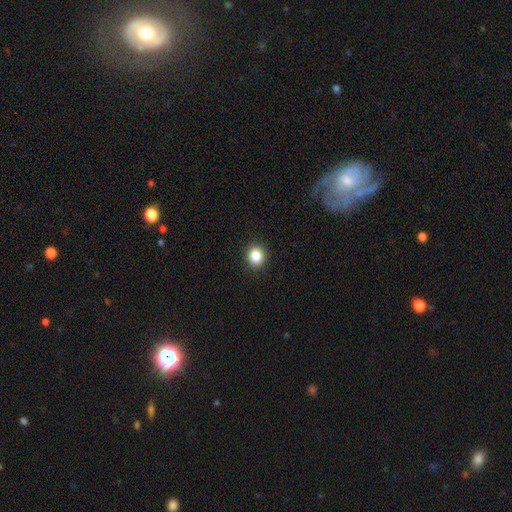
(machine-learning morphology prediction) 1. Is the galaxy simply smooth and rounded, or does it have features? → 85% smooth, 11% star or artifact, 4% featured or disk.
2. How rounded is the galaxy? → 76% round, 23% in between, 1% cigar-shaped.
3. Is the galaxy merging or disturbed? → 91% none, 6% minor disturbance, 2% major disturbance, 1% merger.